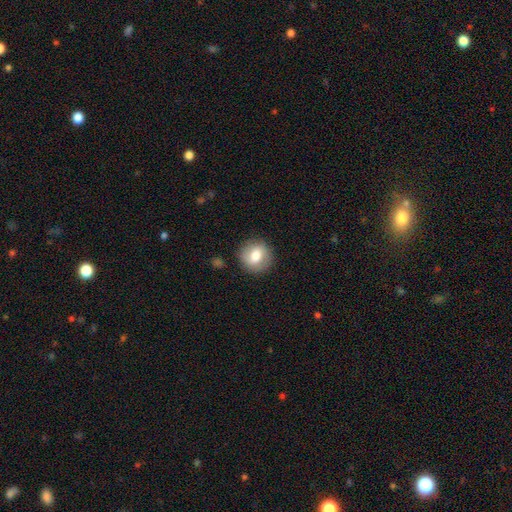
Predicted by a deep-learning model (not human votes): smooth_or_featured: smooth (p=0.72) [alt: featured or disk p=0.20]
how_rounded: round (p=0.88) [alt: in between p=0.11]
merging: none (p=0.87) [alt: minor disturbance p=0.09]